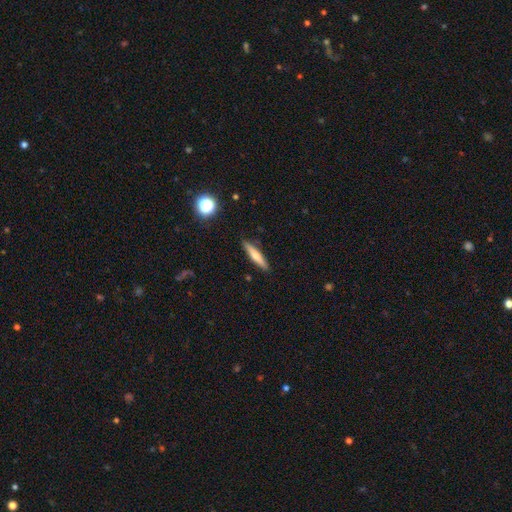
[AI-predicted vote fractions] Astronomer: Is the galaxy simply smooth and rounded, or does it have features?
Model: smooth — 57% (runner-up: featured or disk, 36%).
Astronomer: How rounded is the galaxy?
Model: cigar-shaped — 89%.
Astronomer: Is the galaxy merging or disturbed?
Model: none — 88%.